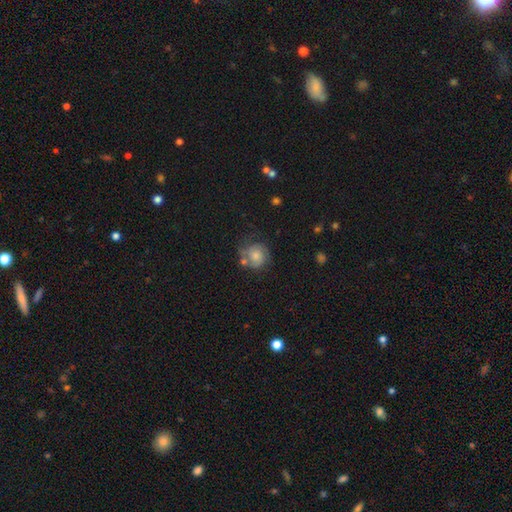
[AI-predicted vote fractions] This appears to be a featured or disk galaxy (49%). Merging: none (53%).